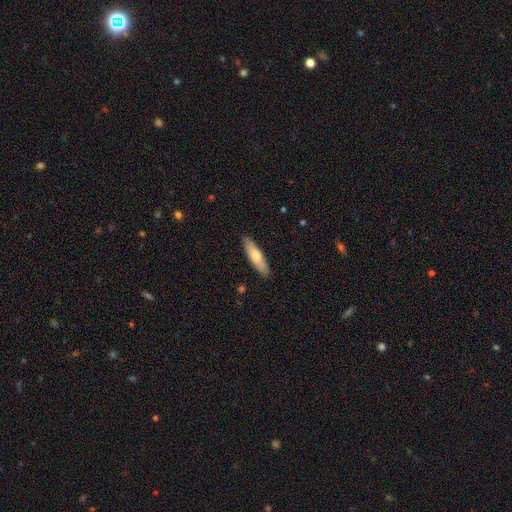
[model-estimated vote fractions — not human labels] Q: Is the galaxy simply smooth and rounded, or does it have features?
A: smooth — 66%.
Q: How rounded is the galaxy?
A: cigar-shaped — 68%.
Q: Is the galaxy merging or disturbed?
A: none — 88%.